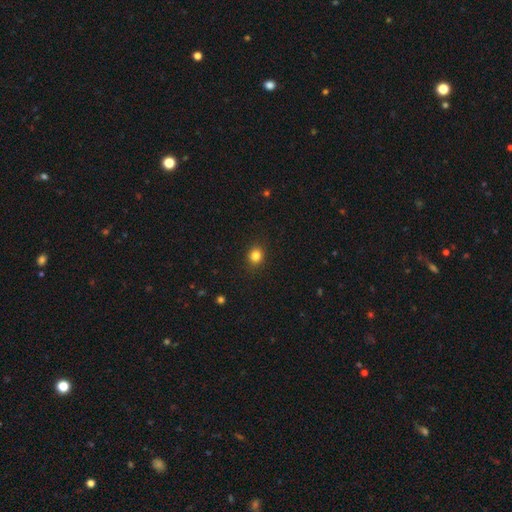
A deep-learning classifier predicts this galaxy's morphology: A smooth galaxy with no disk features (83%) that is round (73%). Merging: none (90%).